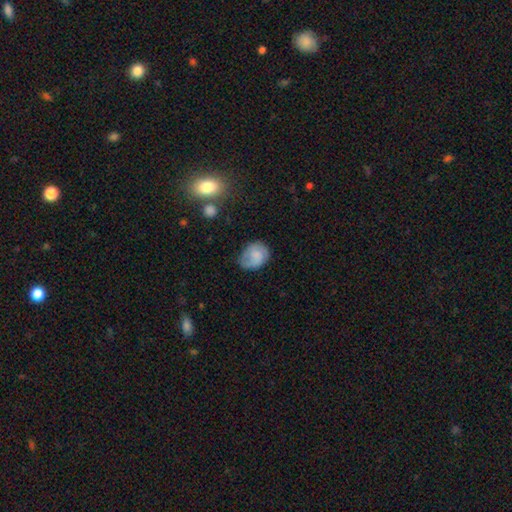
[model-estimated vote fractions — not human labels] smooth_or_featured: smooth (p=0.70) [alt: featured or disk p=0.22]
how_rounded: in between (p=0.55) [alt: round p=0.44]
merging: none (p=0.48) [alt: minor disturbance p=0.35]